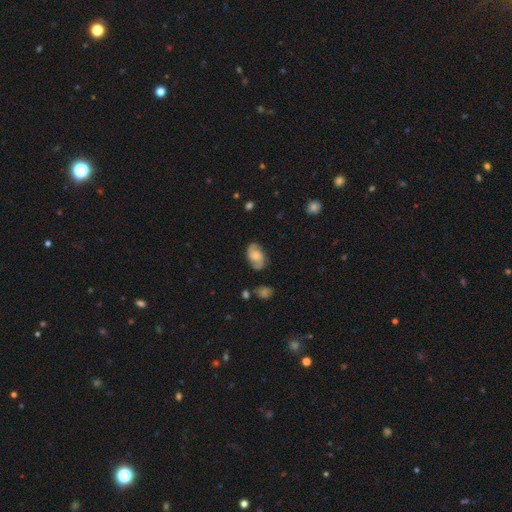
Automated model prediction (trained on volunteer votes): smooth-or-featured: featured or disk: 61% | smooth: 32% | star or artifact: 8%
  disk-edge-on: no: 96% | yes: 4%
    bar: no: 62% | weak: 32% | strong: 6%
    has-spiral-arms: yes: 91% | no: 9%
      spiral-winding: medium: 47% | tight: 27% | loose: 26%
      spiral-arm-count: 2: 87% | can't tell: 7% | 1: 2% | 3: 2% | 4: 1% | more than 4: 1%
    bulge-size: moderate: 33% | small: 27% | none: 22% | large: 16% | dominant: 3%
  merging: none: 76% | minor disturbance: 17% | major disturbance: 5% | merger: 2%